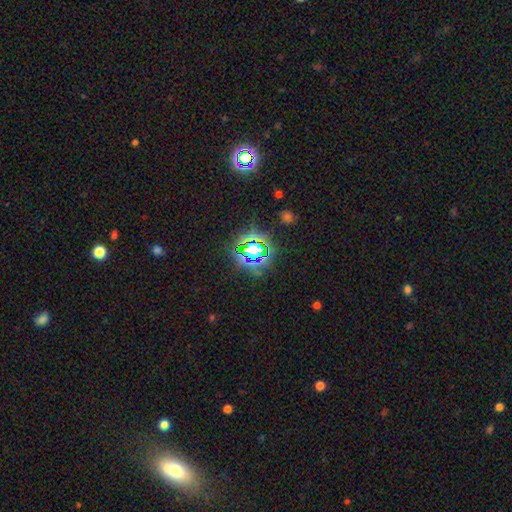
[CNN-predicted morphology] A star or artifact, not a galaxy (80%).

Vote fractions:
- Smooth or featured? star or artifact: 80% / smooth: 13% / featured or disk: 7%